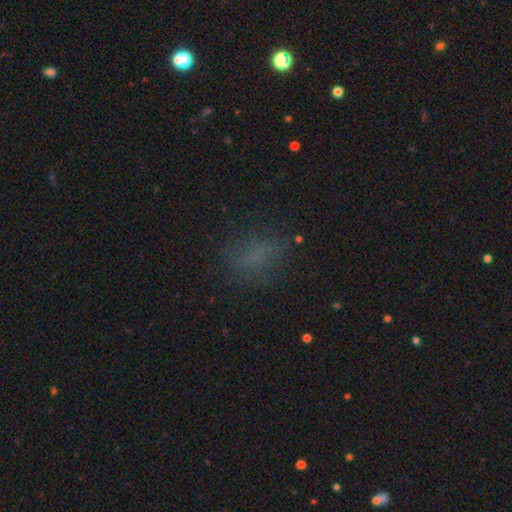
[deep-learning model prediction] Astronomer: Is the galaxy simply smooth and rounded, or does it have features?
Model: smooth — 64%.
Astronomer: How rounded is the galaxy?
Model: in between — 73%.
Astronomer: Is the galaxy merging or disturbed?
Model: none — 73%.